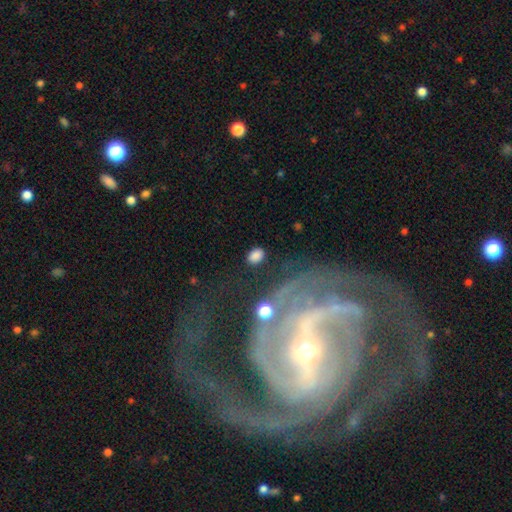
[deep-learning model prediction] Q: Smooth or featured?
A: smooth (82%); runner-up: star or artifact (10%)
Q: How rounded?
A: in between (79%); runner-up: round (19%)
Q: Merging?
A: none (79%); runner-up: minor disturbance (12%)